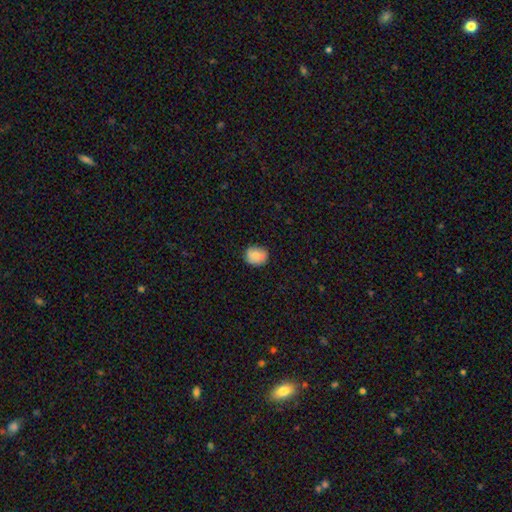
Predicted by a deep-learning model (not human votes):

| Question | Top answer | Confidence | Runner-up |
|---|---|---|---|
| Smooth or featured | smooth | 83% | featured or disk (10%) |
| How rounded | round | 56% | in between (43%) |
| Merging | none | 79% | minor disturbance (17%) |